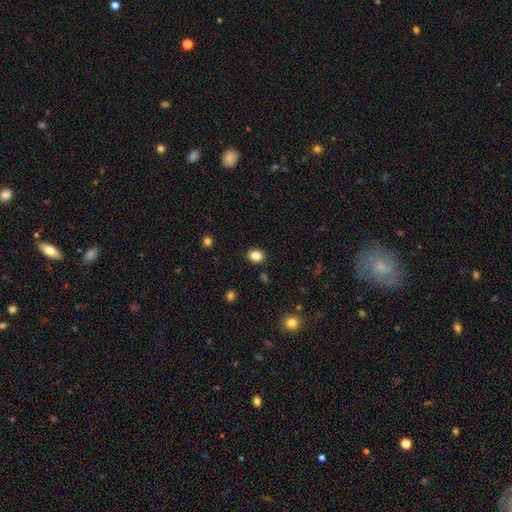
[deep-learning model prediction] Smooth or featured? smooth (84%)
How rounded? round (51%)
Merging? none (88%)